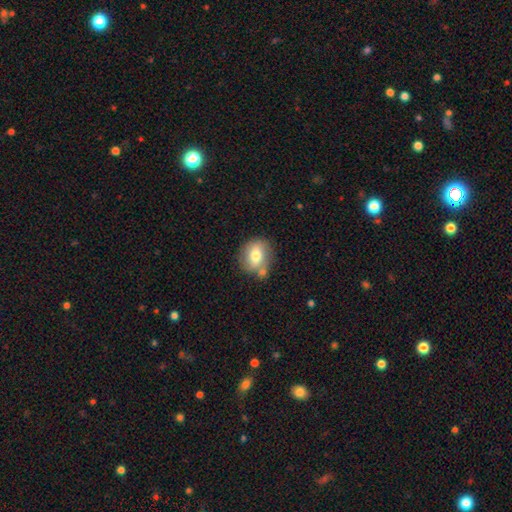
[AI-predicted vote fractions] Smooth or featured?
  - smooth: 68% *
  - featured or disk: 24%
  - star or artifact: 8%
How rounded?
  - round: 60% *
  - in between: 38%
  - cigar-shaped: 1%
Merging?
  - none: 64% *
  - minor disturbance: 16%
  - merger: 16%
  - major disturbance: 5%